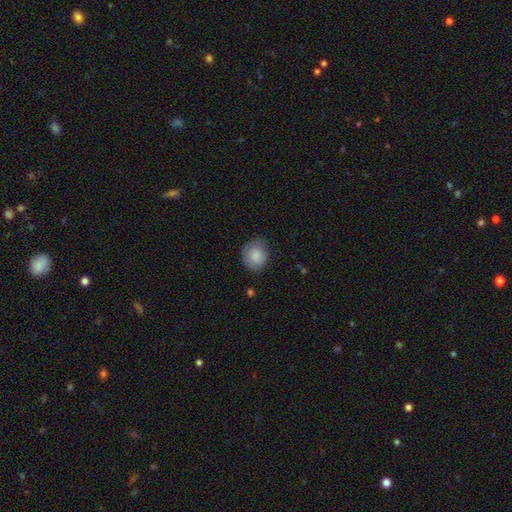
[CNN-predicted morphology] type=smooth (83%); roundness=round (78%); merging=none (66%).